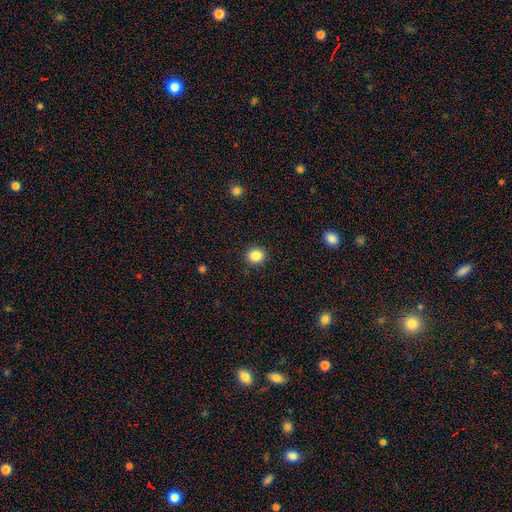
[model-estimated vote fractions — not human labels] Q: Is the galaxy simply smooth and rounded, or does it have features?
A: smooth — 85%.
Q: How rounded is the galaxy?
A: round — 86%.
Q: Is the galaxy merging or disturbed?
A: none — 91%.